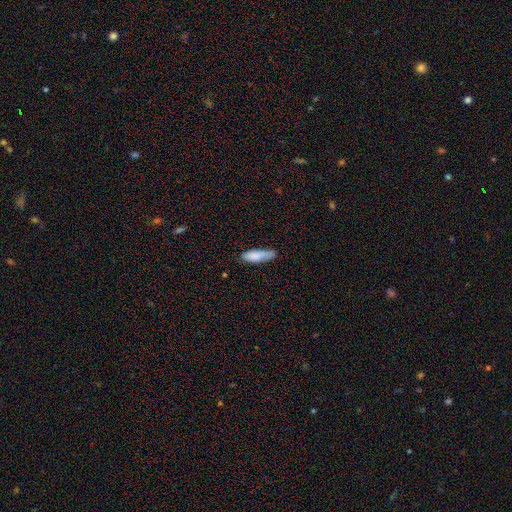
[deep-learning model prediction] smooth_or_featured: smooth (p=0.83) [alt: featured or disk p=0.11]
how_rounded: cigar-shaped (p=0.58) [alt: in between p=0.40]
merging: none (p=0.64) [alt: minor disturbance p=0.27]